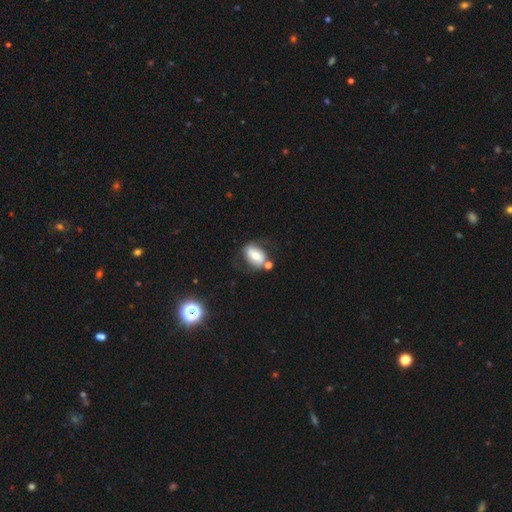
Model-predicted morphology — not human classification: A smooth galaxy with no disk features (56%) that is in between round and cigar-shaped (84%).

Vote fractions:
- Smooth or featured? smooth: 56% / featured or disk: 35% / star or artifact: 9%
- How rounded? in between: 84% / round: 14% / cigar-shaped: 2%
- Merging? none: 55% / minor disturbance: 19% / merger: 16% / major disturbance: 10%